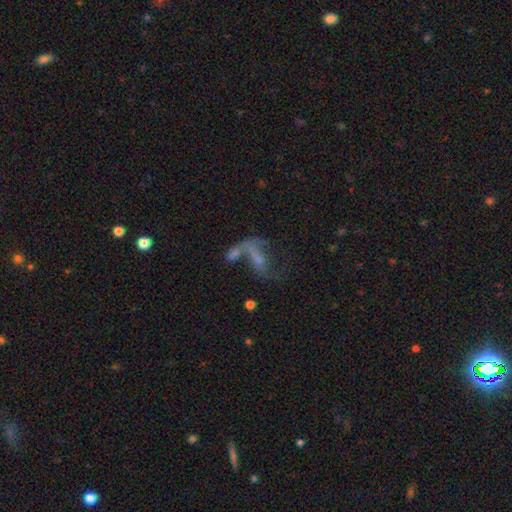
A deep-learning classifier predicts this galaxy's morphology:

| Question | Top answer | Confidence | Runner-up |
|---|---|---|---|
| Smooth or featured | featured or disk | 52% | smooth (30%) |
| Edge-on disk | no | 88% | yes (12%) |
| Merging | merger | 40% | major disturbance (25%) |